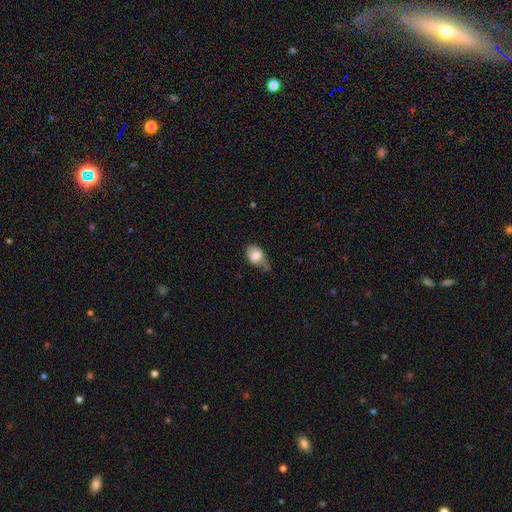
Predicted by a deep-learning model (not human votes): Smooth or featured? Predicted: smooth (p=0.75). How rounded? Predicted: in between (p=0.82). Merging? Predicted: minor disturbance (p=0.43).